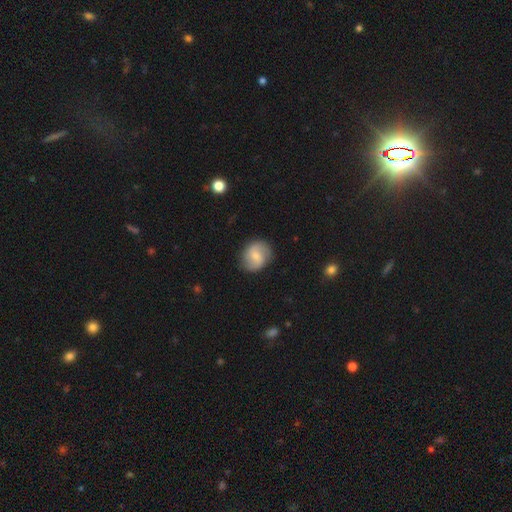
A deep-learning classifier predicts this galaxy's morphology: Overall: featured or disk (47%; smooth 46%). Merging: none (83%).